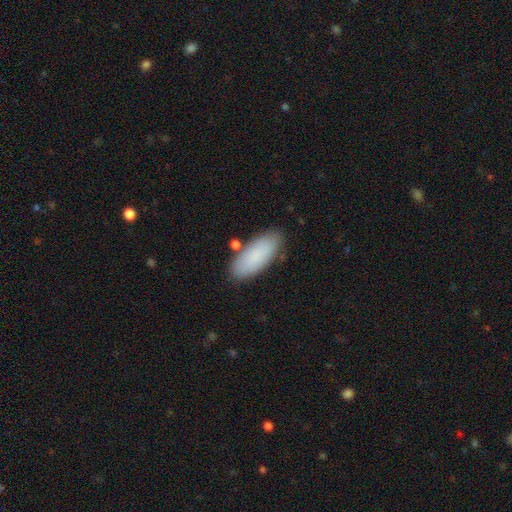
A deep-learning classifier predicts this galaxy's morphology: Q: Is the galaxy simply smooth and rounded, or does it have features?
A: smooth — 86%.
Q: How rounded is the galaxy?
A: in between — 81%.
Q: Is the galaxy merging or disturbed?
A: none — 81%.